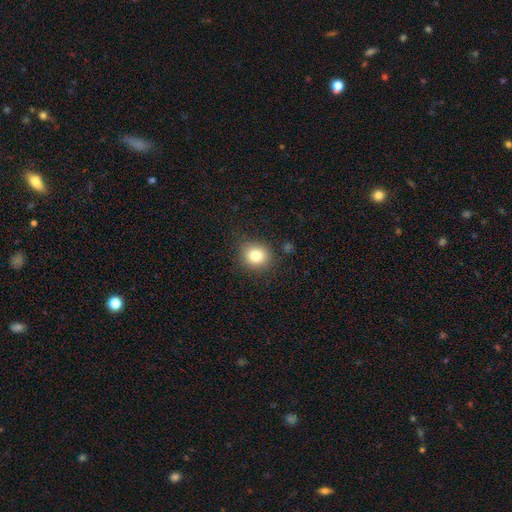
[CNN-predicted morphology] Smooth or featured?
  - smooth: 80% *
  - star or artifact: 12%
  - featured or disk: 8%
How rounded?
  - round: 81% *
  - in between: 18%
  - cigar-shaped: 1%
Merging?
  - none: 85% *
  - minor disturbance: 10%
  - major disturbance: 3%
  - merger: 2%